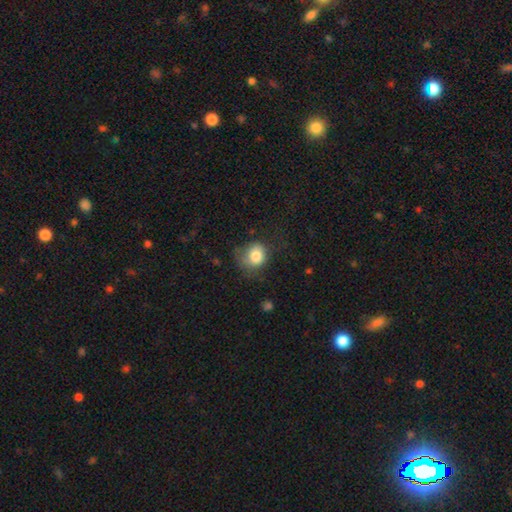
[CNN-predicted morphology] Overall: smooth (80%). How rounded: round (70%). Merging: none (51%; minor disturbance 29%).